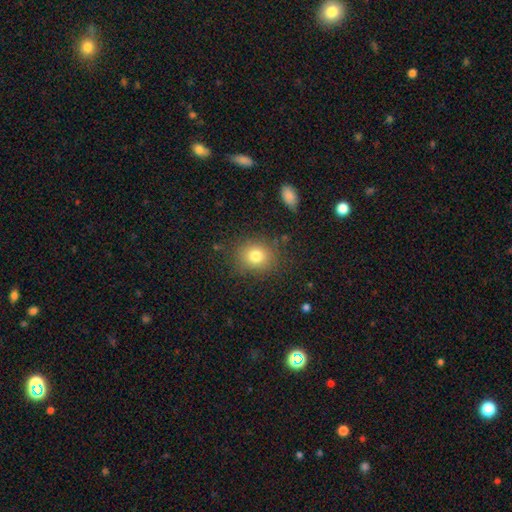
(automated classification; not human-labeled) Morphology: type=smooth (79%); roundness=round (75%); merging=none (82%).